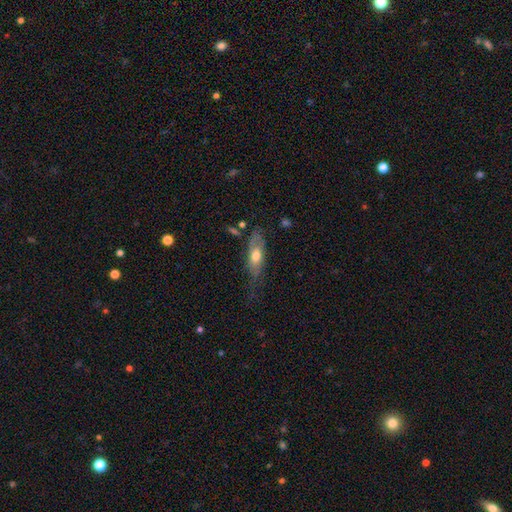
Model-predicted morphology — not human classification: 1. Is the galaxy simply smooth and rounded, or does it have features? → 54% smooth, 40% featured or disk, 6% star or artifact.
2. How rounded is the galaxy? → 70% in between, 27% cigar-shaped, 3% round.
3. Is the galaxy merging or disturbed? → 52% none, 30% minor disturbance, 14% major disturbance, 3% merger.